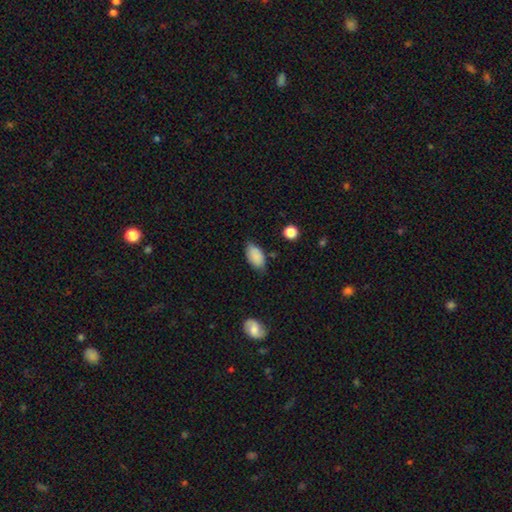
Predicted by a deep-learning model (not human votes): This appears to be a smooth galaxy with no disk features (86%) that is in between round and cigar-shaped (93%). Merging: none (73%).